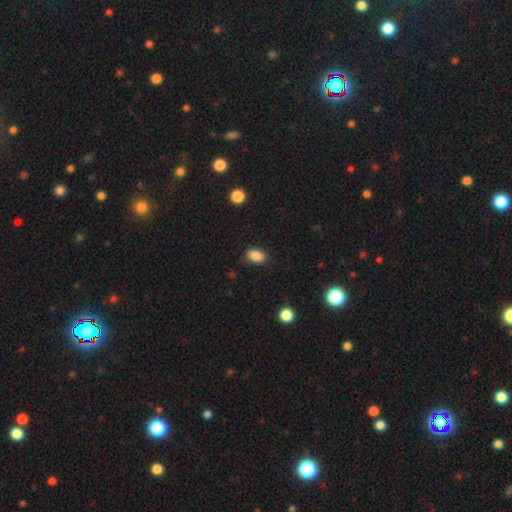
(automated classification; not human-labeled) Q: Smooth or featured?
A: smooth (88%); runner-up: star or artifact (9%)
Q: How rounded?
A: in between (88%); runner-up: round (10%)
Q: Merging?
A: none (82%); runner-up: minor disturbance (14%)